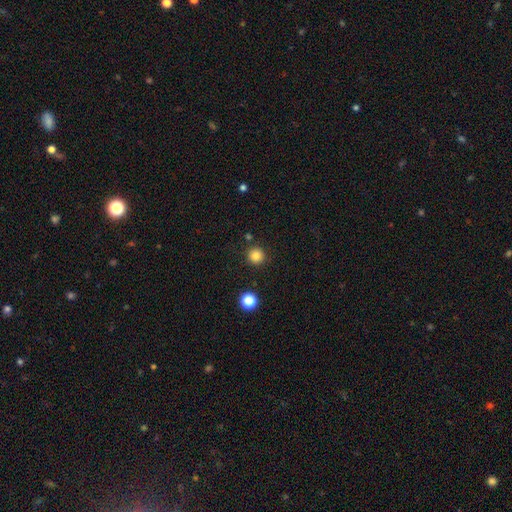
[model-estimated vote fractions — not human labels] Q: Smooth or featured?
A: smooth (83%); runner-up: star or artifact (12%)
Q: How rounded?
A: round (95%); runner-up: in between (4%)
Q: Merging?
A: none (89%); runner-up: minor disturbance (6%)